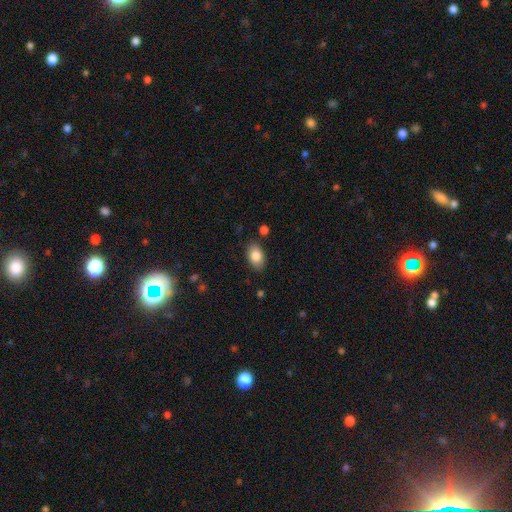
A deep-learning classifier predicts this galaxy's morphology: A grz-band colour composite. It shows a smooth galaxy with no disk features (84%) that is in between round and cigar-shaped (91%). Merging: none (85%).